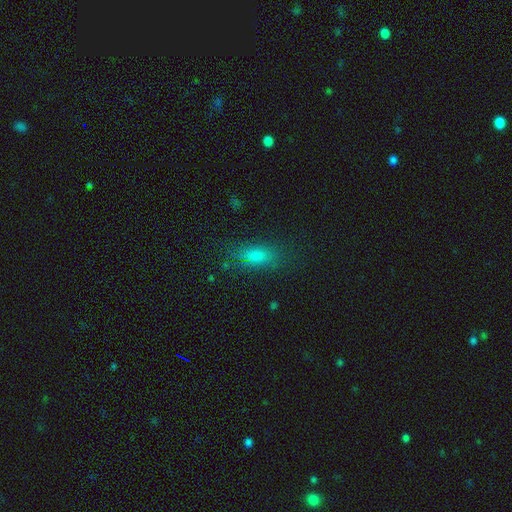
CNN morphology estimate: The model was most divided on "how rounded": in between: 65%, cigar-shaped: 30%, round: 5%. More confident: merging — none (77%); smooth or featured — smooth (72%).